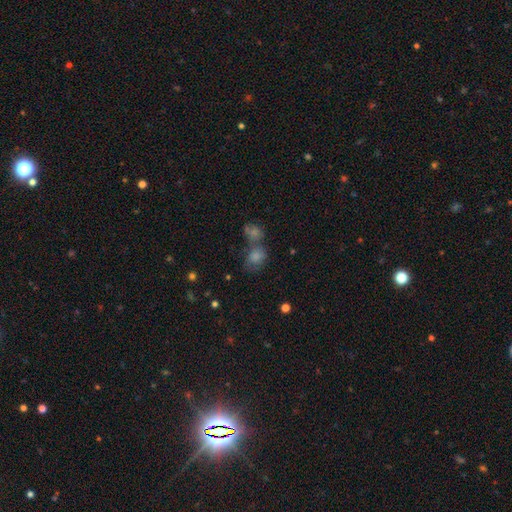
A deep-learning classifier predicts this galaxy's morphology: smooth_or_featured: smooth (p=0.71) [alt: star or artifact p=0.16]
how_rounded: in between (p=0.54) [alt: round p=0.44]
merging: merger (p=0.40) [alt: none p=0.38]